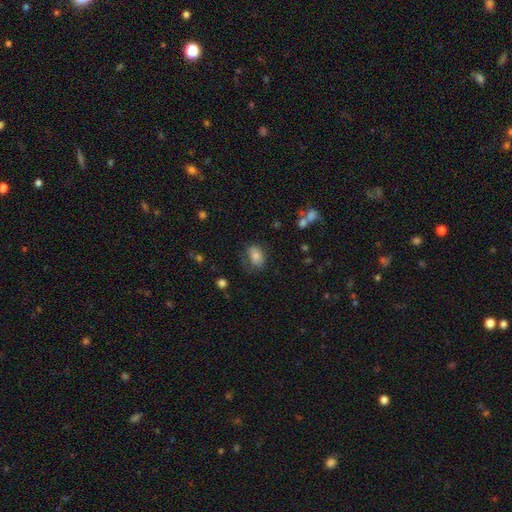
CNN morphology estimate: Q: Smooth or featured?
A: smooth (73%); runner-up: featured or disk (17%)
Q: How rounded?
A: in between (76%); runner-up: round (23%)
Q: Merging?
A: none (54%); runner-up: minor disturbance (26%)